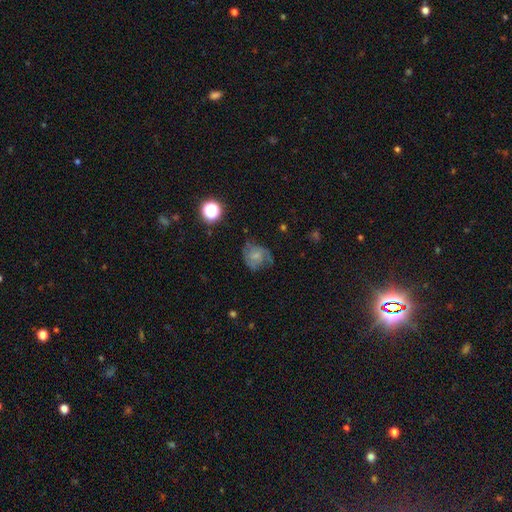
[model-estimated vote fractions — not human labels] This is possibly a featured or disk galaxy (57%). It is clearly not viewed edge-on (98%). Bar: likely no (65%). Spiral arm pattern: clearly yes (86%). Central bulge: marginally small (40%). Merging: possibly none (56%).